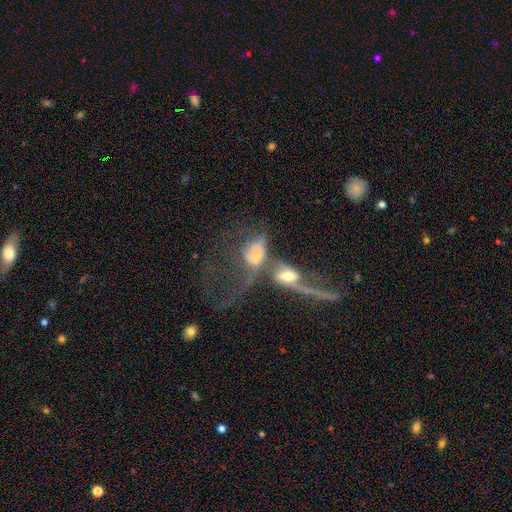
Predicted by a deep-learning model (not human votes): Smooth or featured? featured or disk (64%)
Edge-on disk? no (86%)
Bar? no (64%)
Spiral arms? yes (65%)
Bulge size? moderate (55%)
Merging? merger (75%)